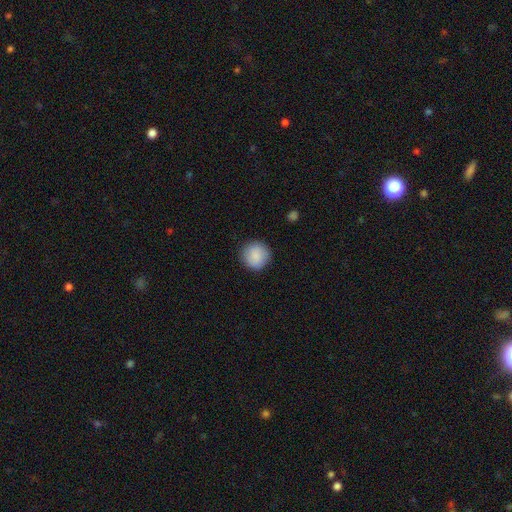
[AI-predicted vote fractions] This is clearly a smooth galaxy (88%). How rounded: clearly round (94%). Merging: clearly none (90%).